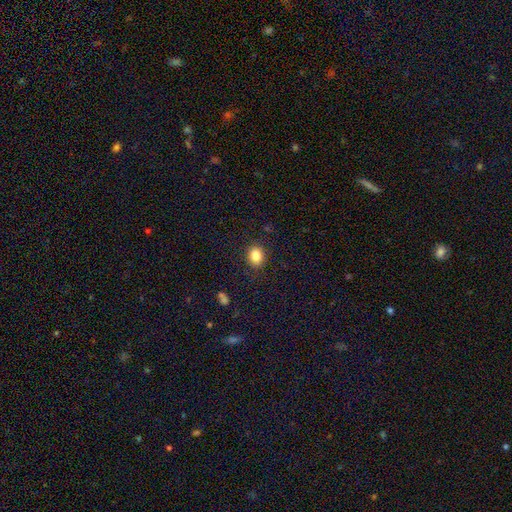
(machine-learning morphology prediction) Smooth or featured? Predicted: smooth (p=0.85). How rounded? Predicted: round (p=0.50). Merging? Predicted: none (p=0.87).